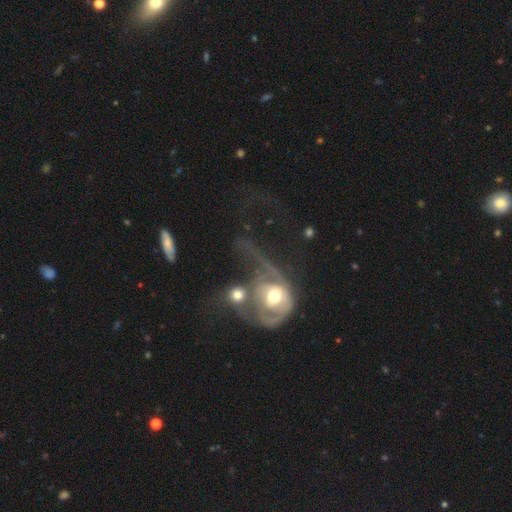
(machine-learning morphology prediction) Smooth or featured? Predicted: featured or disk (p=0.59). Edge-on disk? Predicted: no (p=0.92). Bar? Predicted: no (p=0.78). Spiral arms? Predicted: no (p=0.52). Bulge size? Predicted: moderate (p=0.65). Merging? Predicted: major disturbance (p=0.41).